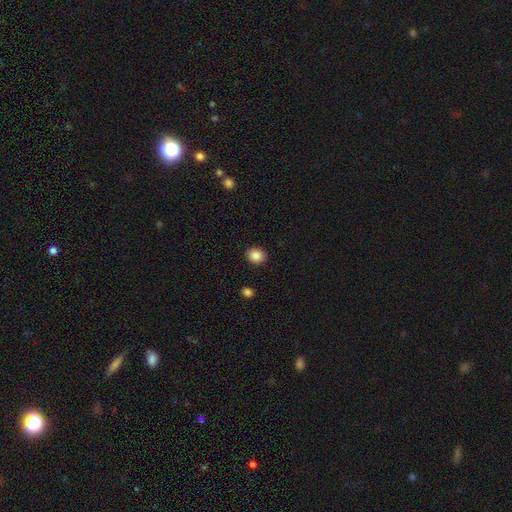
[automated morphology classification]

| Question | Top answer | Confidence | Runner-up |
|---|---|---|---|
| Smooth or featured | smooth | 87% | star or artifact (9%) |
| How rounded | round | 73% | in between (26%) |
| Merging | none | 91% | minor disturbance (6%) |